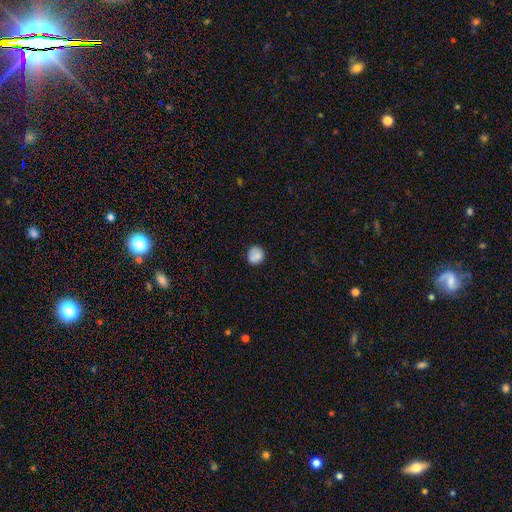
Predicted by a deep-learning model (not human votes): A smooth galaxy with no disk features (83%) that is round (83%). Merging: none (76%).